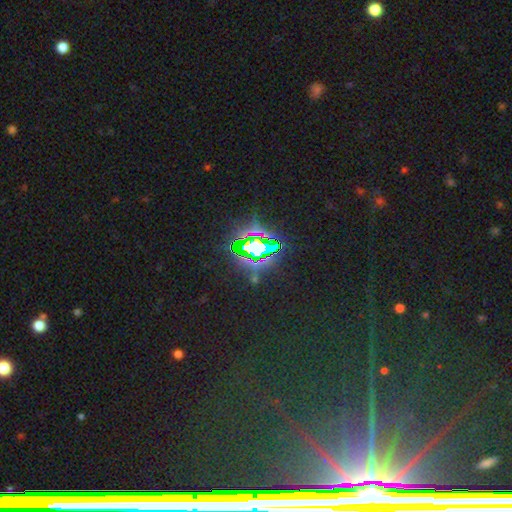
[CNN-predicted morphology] A star or artifact, not a galaxy (83%).